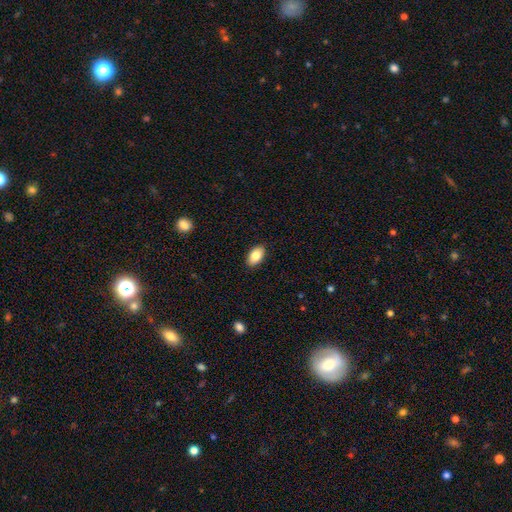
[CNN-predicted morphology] Overall: smooth (85%). How rounded: in between (93%). Merging: none (88%).